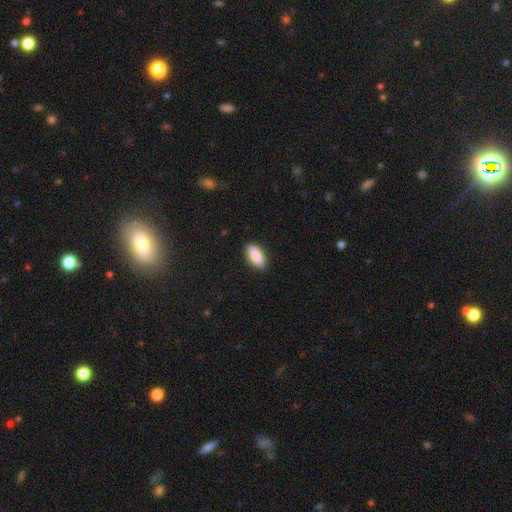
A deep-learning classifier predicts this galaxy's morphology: This appears to be a smooth galaxy with no disk features (88%) that is in between round and cigar-shaped (88%). Merging: none (87%).